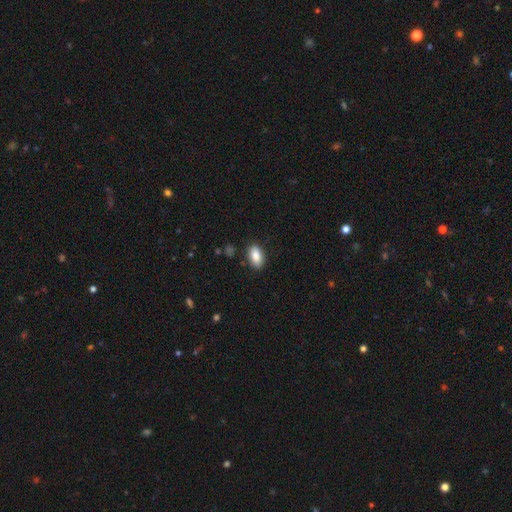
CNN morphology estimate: smooth-or-featured: smooth: 87% | star or artifact: 7% | featured or disk: 6%
  how-rounded: in between: 92% | round: 4% | cigar-shaped: 4%
  merging: none: 85% | minor disturbance: 11% | major disturbance: 2% | merger: 2%